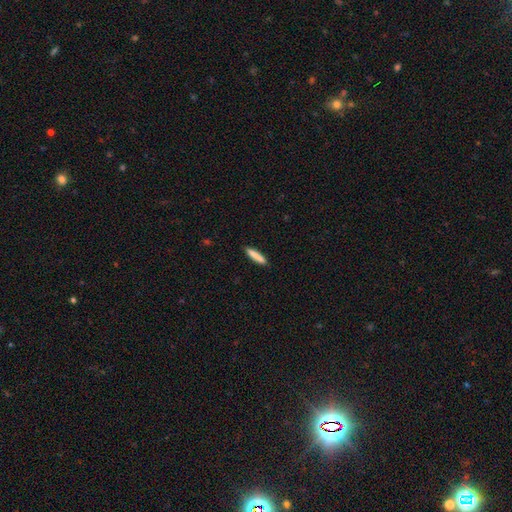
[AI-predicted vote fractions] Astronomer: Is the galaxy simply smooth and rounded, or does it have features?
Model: smooth — 84%.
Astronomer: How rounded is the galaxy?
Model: cigar-shaped — 89%.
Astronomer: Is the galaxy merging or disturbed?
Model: none — 90%.